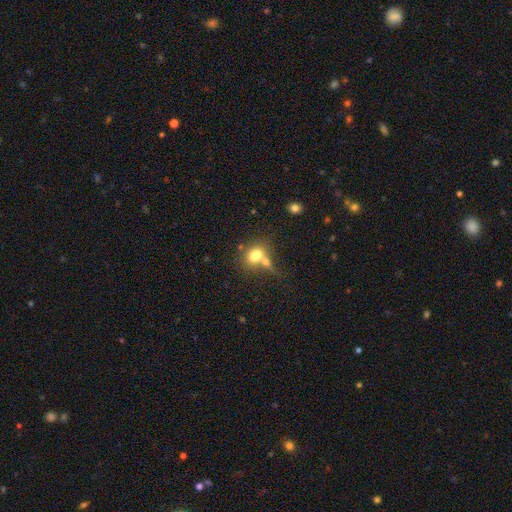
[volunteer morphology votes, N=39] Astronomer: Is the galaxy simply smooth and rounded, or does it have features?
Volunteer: smooth — 79%.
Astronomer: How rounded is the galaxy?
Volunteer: round — 58% (runner-up: in between, 42%).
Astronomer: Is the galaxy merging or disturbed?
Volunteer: merger — 70%.